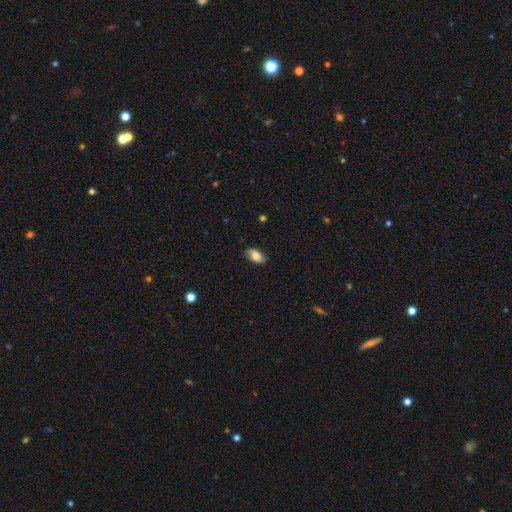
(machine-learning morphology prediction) A smooth galaxy with no disk features (71%) that is in between round and cigar-shaped (91%).

Vote fractions:
- Smooth or featured? smooth: 71% / featured or disk: 21% / star or artifact: 8%
- How rounded? in between: 91% / round: 6% / cigar-shaped: 3%
- Merging? none: 80% / minor disturbance: 16% / major disturbance: 3% / merger: 1%